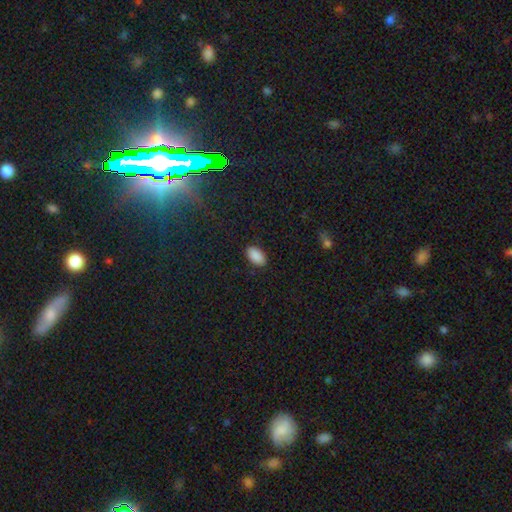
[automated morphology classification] smooth-or-featured: smooth: 90% | star or artifact: 8% | featured or disk: 3%
  how-rounded: in between: 94% | round: 4% | cigar-shaped: 2%
  merging: none: 88% | minor disturbance: 8% | major disturbance: 2% | merger: 1%